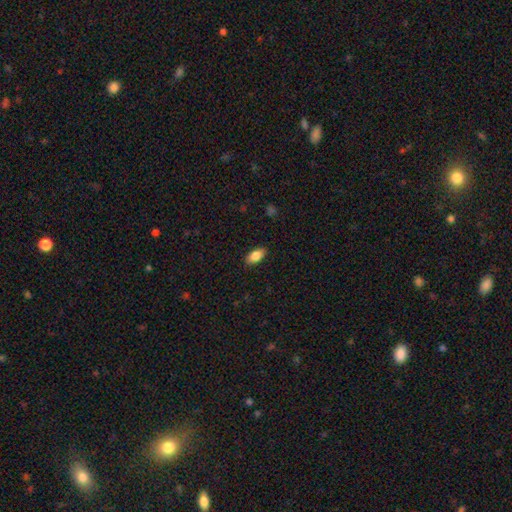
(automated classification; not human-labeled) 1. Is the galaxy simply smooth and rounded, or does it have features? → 86% smooth, 7% featured or disk, 7% star or artifact.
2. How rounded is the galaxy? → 90% in between, 7% cigar-shaped, 3% round.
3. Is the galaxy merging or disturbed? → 87% none, 10% minor disturbance, 2% major disturbance, 1% merger.